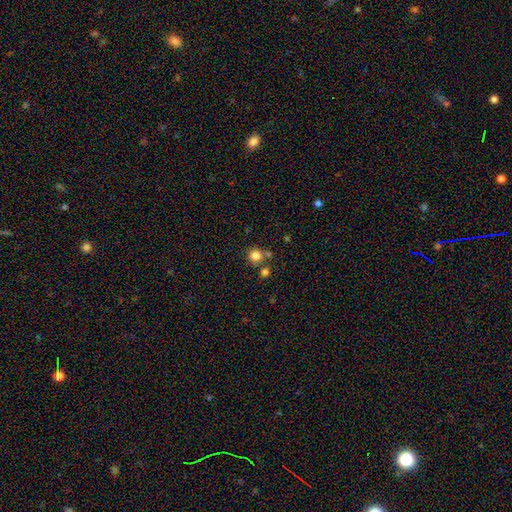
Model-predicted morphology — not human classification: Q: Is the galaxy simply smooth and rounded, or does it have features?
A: smooth — 81%.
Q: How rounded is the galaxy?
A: round — 90%.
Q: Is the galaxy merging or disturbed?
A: none — 67%.